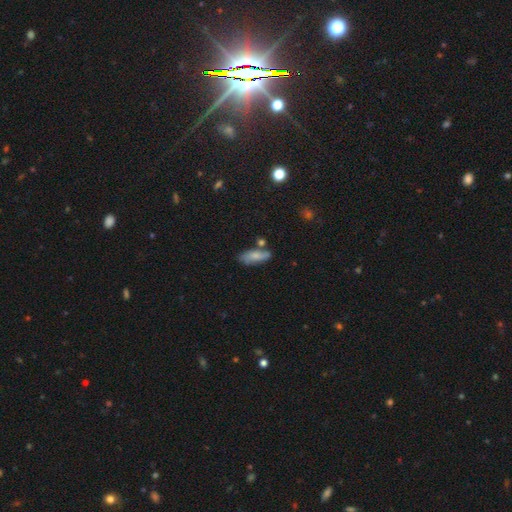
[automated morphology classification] Smooth or featured?
  - smooth: 72% *
  - featured or disk: 21%
  - star or artifact: 7%
How rounded?
  - in between: 70% *
  - cigar-shaped: 27%
  - round: 3%
Merging?
  - none: 64% *
  - minor disturbance: 20%
  - merger: 11%
  - major disturbance: 5%